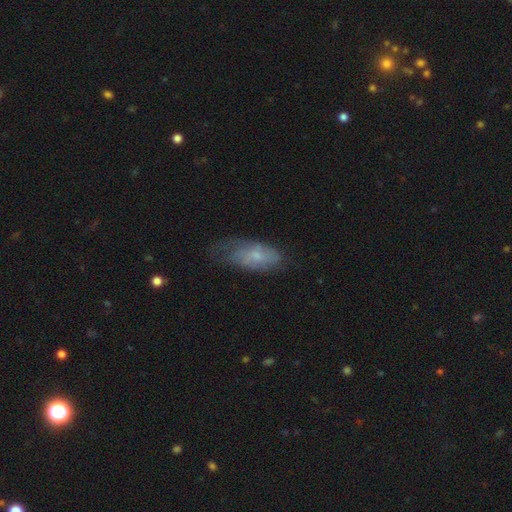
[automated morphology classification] Smooth or featured?
  - smooth: 56% *
  - featured or disk: 36%
  - star or artifact: 8%
How rounded?
  - in between: 84% *
  - cigar-shaped: 14%
  - round: 3%
Merging?
  - none: 47% *
  - minor disturbance: 34%
  - major disturbance: 17%
  - merger: 2%